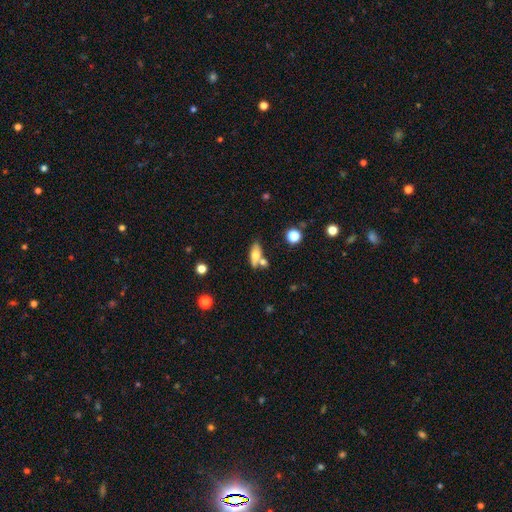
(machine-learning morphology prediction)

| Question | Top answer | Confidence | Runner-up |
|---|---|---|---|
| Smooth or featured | smooth | 64% | featured or disk (27%) |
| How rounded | in between | 68% | cigar-shaped (27%) |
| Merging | none | 52% | merger (29%) |